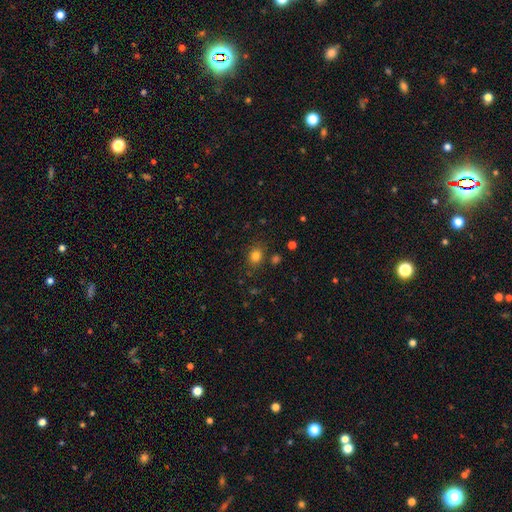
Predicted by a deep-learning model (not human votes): smooth 80%, star or artifact 14%, featured or disk 6%. Down the decision tree: how rounded — round (57%); merging — none (81%).